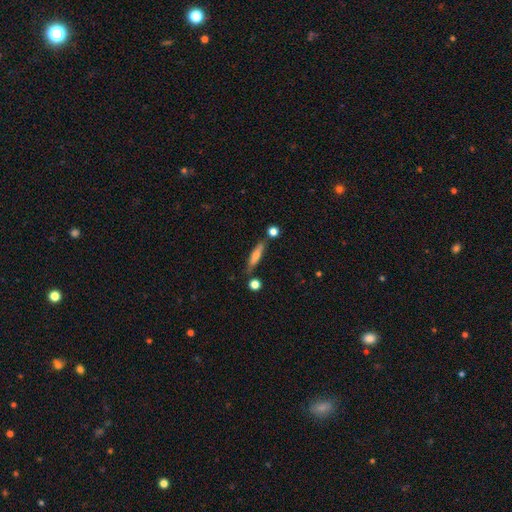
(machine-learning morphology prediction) Q: Smooth or featured?
A: smooth (60%); runner-up: featured or disk (33%)
Q: How rounded?
A: cigar-shaped (83%); runner-up: in between (15%)
Q: Merging?
A: none (77%); runner-up: minor disturbance (13%)